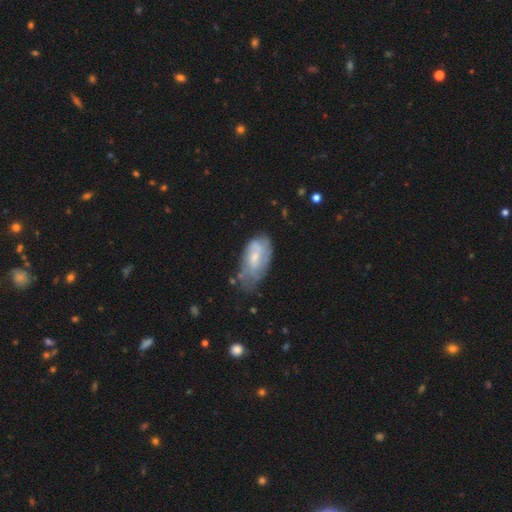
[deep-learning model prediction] Overall: featured or disk (51%; smooth 42%). Edge-on disk: no (94%). Merging: none (49%; minor disturbance 33%).